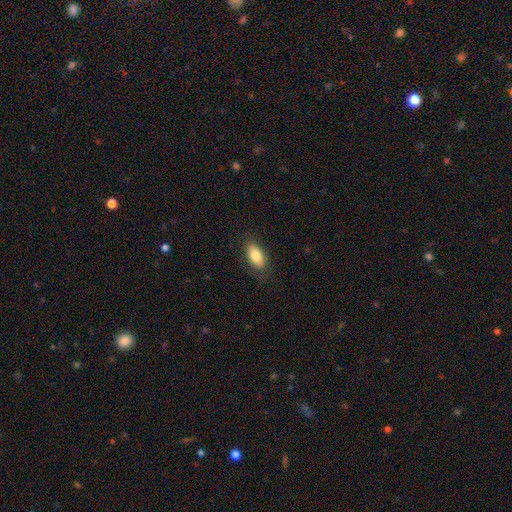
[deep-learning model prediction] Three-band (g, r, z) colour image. It shows a smooth galaxy with no disk features (80%) that is in between round and cigar-shaped (90%). Merging: none (83%).